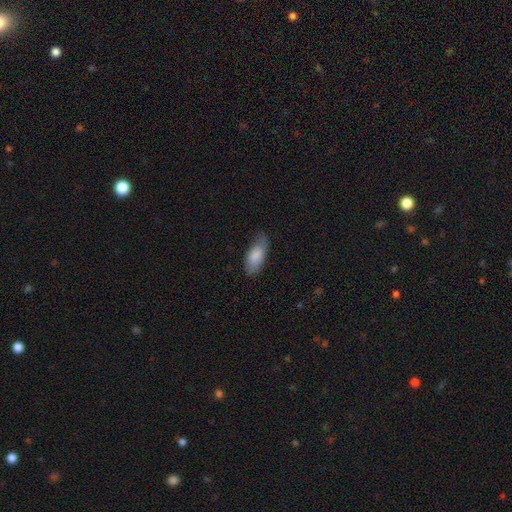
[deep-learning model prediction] A smooth galaxy with no disk features (83%) that is in between round and cigar-shaped (85%).

Vote fractions:
- Smooth or featured? smooth: 83% / featured or disk: 12% / star or artifact: 6%
- How rounded? in between: 85% / cigar-shaped: 13% / round: 2%
- Merging? none: 71% / minor disturbance: 23% / major disturbance: 5% / merger: 1%